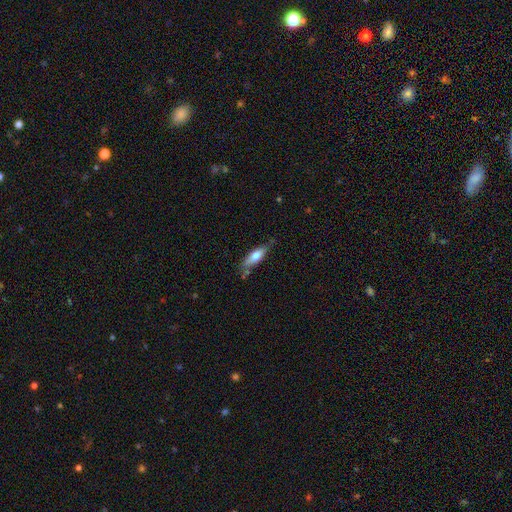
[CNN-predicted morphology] Smooth or featured?
  - smooth: 65% *
  - featured or disk: 29%
  - star or artifact: 6%
How rounded?
  - cigar-shaped: 51% *
  - in between: 47%
  - round: 2%
Merging?
  - none: 67% *
  - minor disturbance: 23%
  - merger: 6%
  - major disturbance: 5%